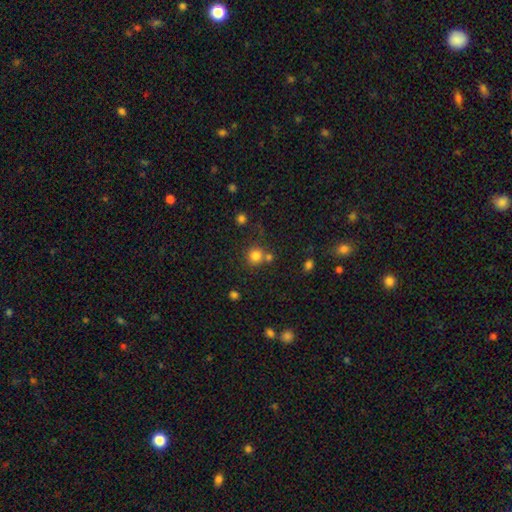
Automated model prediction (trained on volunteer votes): smooth_or_featured: smooth (p=0.80) [alt: star or artifact p=0.14]
how_rounded: round (p=0.91) [alt: in between p=0.08]
merging: none (p=0.67) [alt: merger p=0.20]